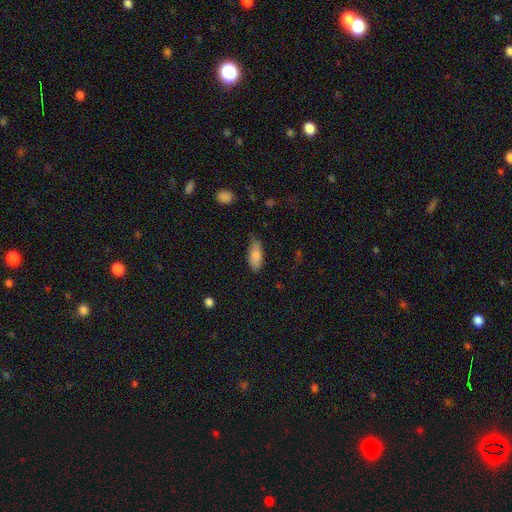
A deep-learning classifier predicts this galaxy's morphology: Smooth or featured: smooth — 84% (featured or disk — 10%)
How rounded: in between — 82% (cigar-shaped — 16%)
Merging: none — 72% (minor disturbance — 23%)